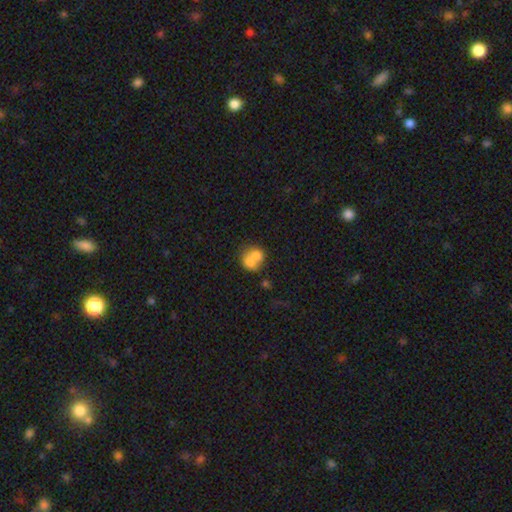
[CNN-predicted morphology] Smooth or featured: smooth — 68% (featured or disk — 23%)
How rounded: round — 64% (in between — 35%)
Merging: merger — 65% (none — 23%)